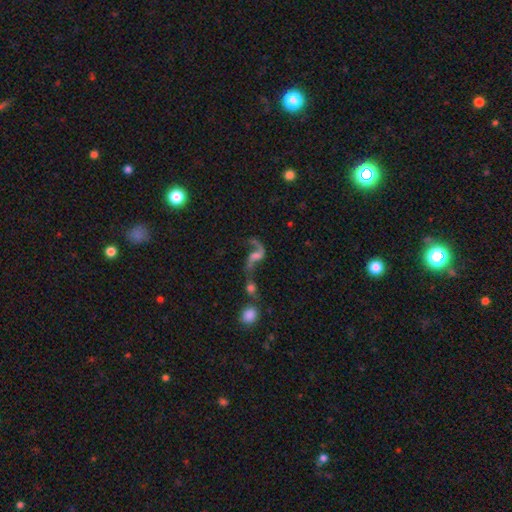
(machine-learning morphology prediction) This appears to be a featured or disk galaxy (74%) with no bar (46%), 2 (79%) loose (88%) spiral arms (88%) and no central bulge (37%). Merging: merger (40%).